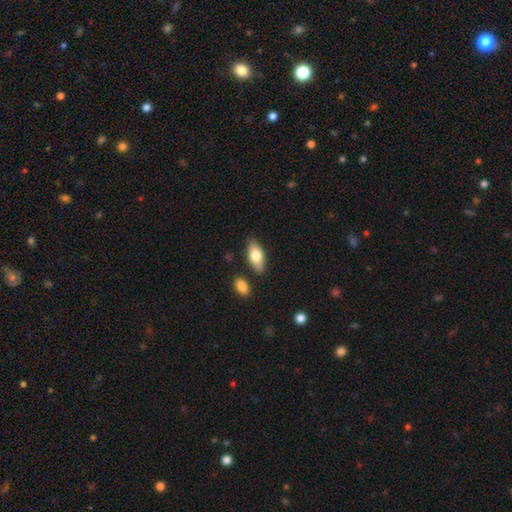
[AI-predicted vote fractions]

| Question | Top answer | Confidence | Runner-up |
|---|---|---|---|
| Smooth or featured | smooth | 76% | featured or disk (18%) |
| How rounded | in between | 87% | cigar-shaped (10%) |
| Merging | none | 81% | minor disturbance (12%) |